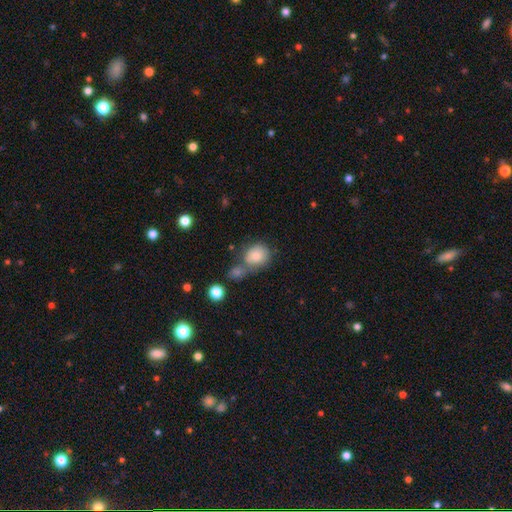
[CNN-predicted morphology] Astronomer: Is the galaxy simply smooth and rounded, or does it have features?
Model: smooth — 82%.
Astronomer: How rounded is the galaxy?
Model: round — 68%.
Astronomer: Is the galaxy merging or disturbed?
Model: merger — 40% (runner-up: none, 39%).